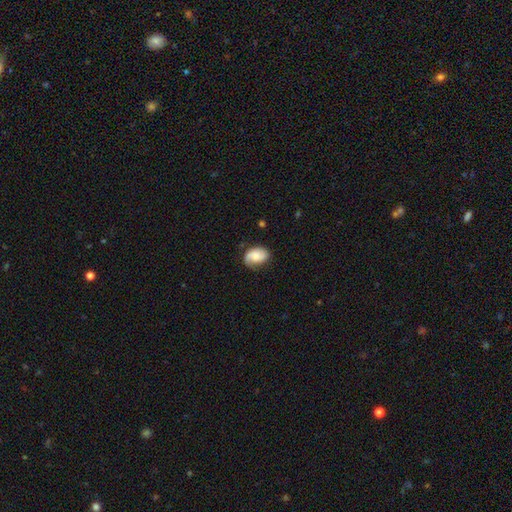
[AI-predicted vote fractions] Smooth or featured?
  - smooth: 49% *
  - featured or disk: 44%
  - star or artifact: 7%
Merging?
  - none: 61% *
  - minor disturbance: 26%
  - major disturbance: 11%
  - merger: 2%